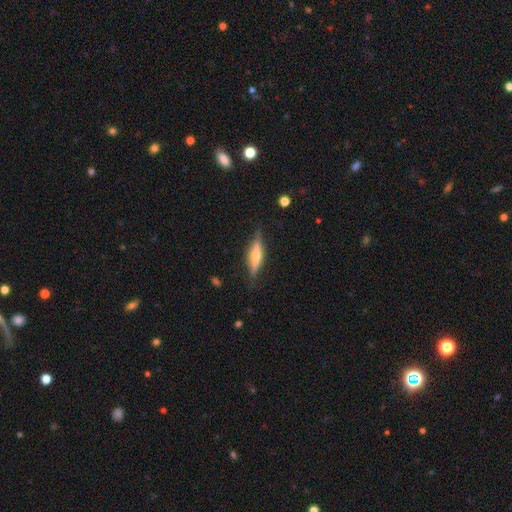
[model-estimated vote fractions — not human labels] Smooth or featured? Predicted: featured or disk (p=0.63). Edge-on disk? Predicted: yes (p=0.94). Edge-on bulge? Predicted: rounded (p=0.87). Merging? Predicted: none (p=0.83).